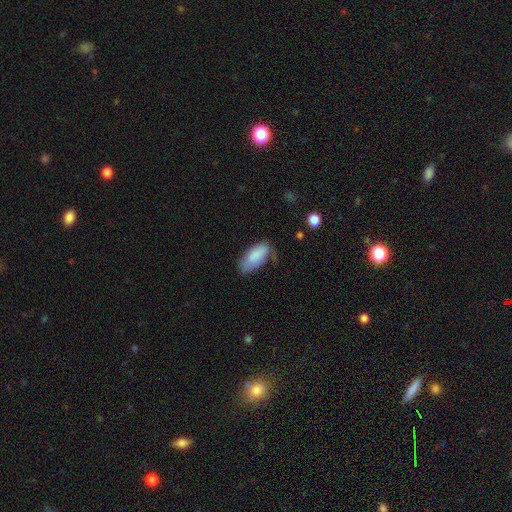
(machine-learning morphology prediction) A smooth galaxy with no disk features (84%) that is in between round and cigar-shaped (90%). Merging: none (52%).